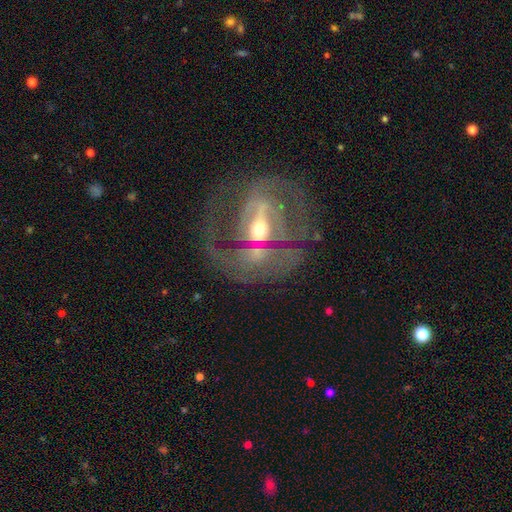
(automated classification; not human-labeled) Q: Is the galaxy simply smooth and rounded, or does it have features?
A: featured or disk — 79%.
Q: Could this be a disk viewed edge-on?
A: no — 93%.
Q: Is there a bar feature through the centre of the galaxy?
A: strong — 38%.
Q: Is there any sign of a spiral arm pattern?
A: yes — 66%.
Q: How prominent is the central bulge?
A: moderate — 56%.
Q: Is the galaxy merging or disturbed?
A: none — 42%.